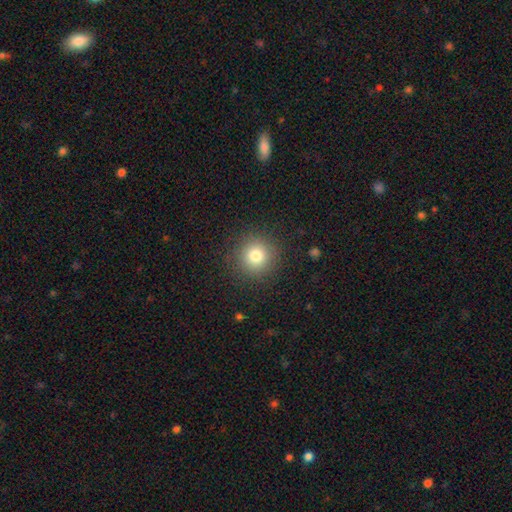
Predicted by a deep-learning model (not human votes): This appears to be a smooth galaxy with no disk features (79%) that is round (94%). Merging: none (89%).